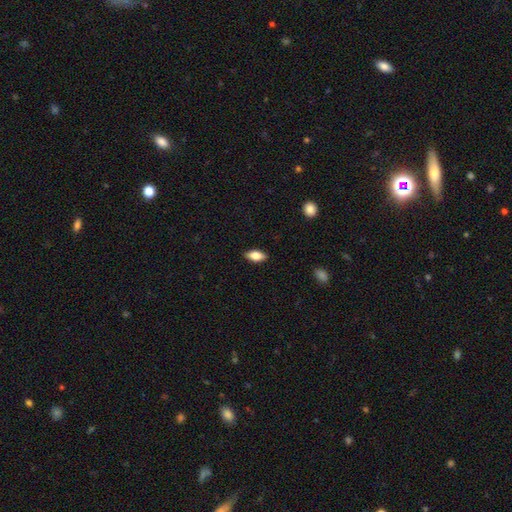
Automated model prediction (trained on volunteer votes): A smooth galaxy with no disk features (77%) that is in between round and cigar-shaped (87%). Merging: none (88%).